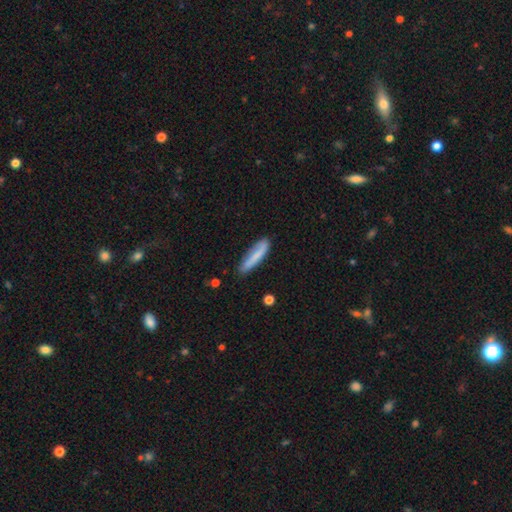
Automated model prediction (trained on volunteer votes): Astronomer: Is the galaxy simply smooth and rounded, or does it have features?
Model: smooth — 74%.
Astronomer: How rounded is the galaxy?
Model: cigar-shaped — 83%.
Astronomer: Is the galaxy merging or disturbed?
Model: none — 75%.